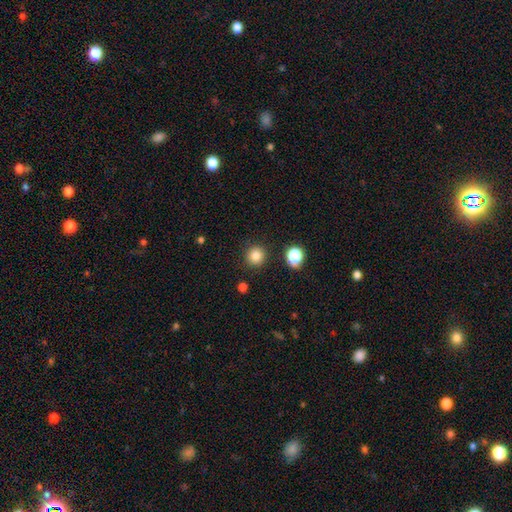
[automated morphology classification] smooth_or_featured: smooth (p=0.83) [alt: star or artifact p=0.12]
how_rounded: round (p=0.93) [alt: in between p=0.06]
merging: none (p=0.89) [alt: minor disturbance p=0.06]